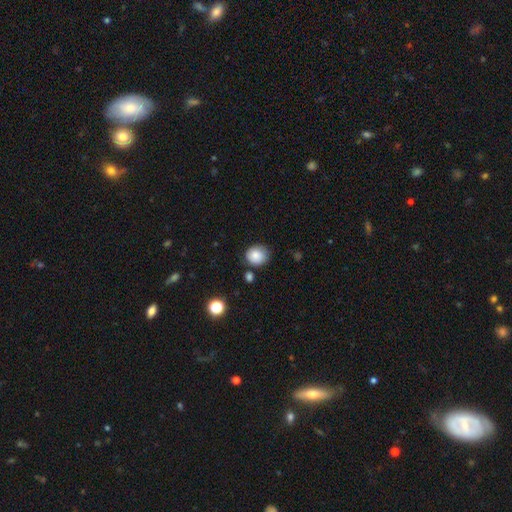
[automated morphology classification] A smooth galaxy with no disk features (84%) that is round (76%). Merging: none (74%).